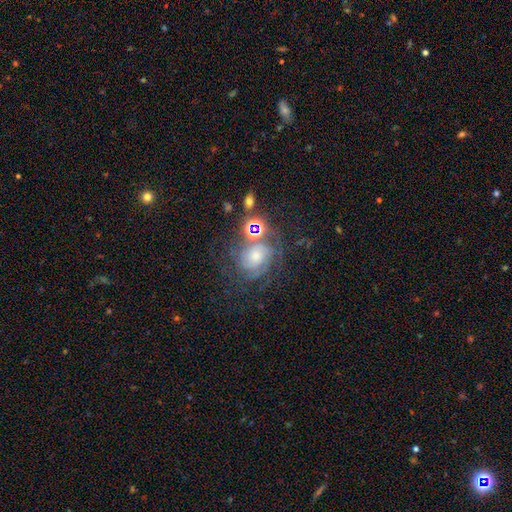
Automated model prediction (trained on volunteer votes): smooth_or_featured: featured or disk (p=0.61) [alt: smooth p=0.20]
disk_edge_on: no (p=0.97) [alt: yes p=0.03]
bar: no (p=0.74) [alt: weak p=0.21]
has_spiral_arms: yes (p=0.88) [alt: no p=0.12]
spiral_winding: tight (p=0.59) [alt: medium p=0.32]
spiral_arm_count: can't tell (p=0.40) [alt: 2 p=0.19]
bulge_size: moderate (p=0.49) [alt: small p=0.28]
merging: none (p=0.56) [alt: minor disturbance p=0.18]